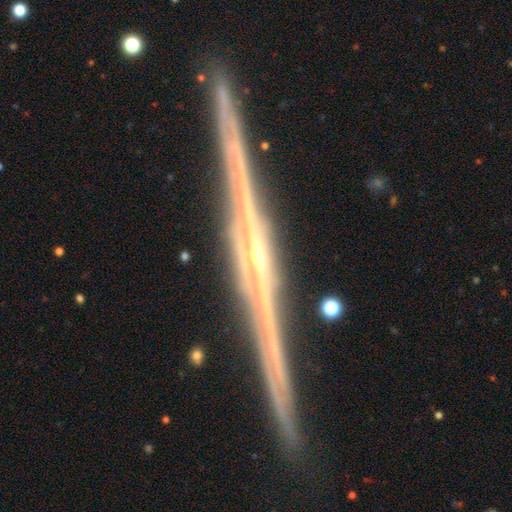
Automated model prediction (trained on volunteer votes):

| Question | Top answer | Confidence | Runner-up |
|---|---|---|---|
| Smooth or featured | featured or disk | 88% | star or artifact (7%) |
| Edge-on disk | yes | 98% | no (2%) |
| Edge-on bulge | rounded | 63% | none (24%) |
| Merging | none | 91% | minor disturbance (6%) |